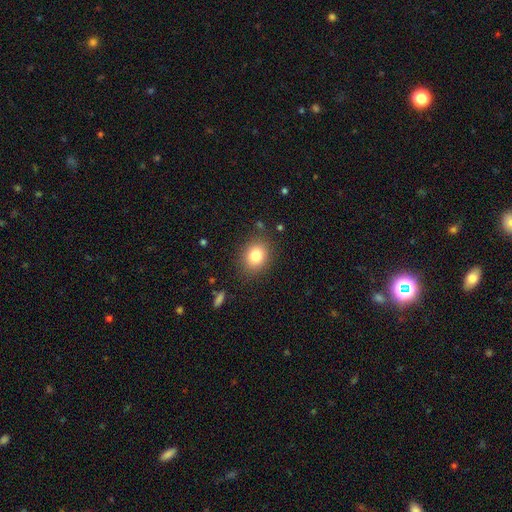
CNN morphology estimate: Smooth or featured? smooth (81%)
How rounded? round (56%)
Merging? none (84%)